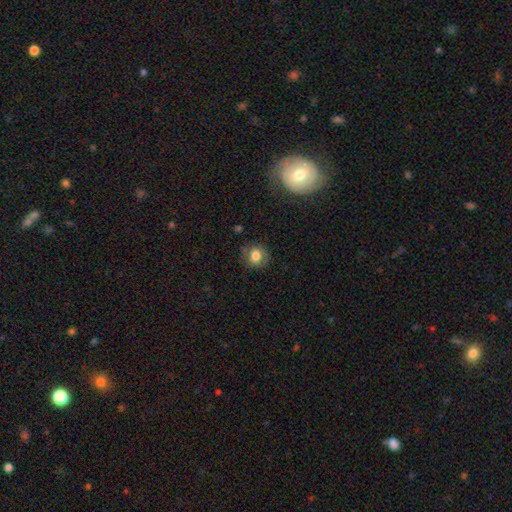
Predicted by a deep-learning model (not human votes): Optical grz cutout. It shows a smooth galaxy with no disk features (74%) that is round (80%). Merging: none (80%).